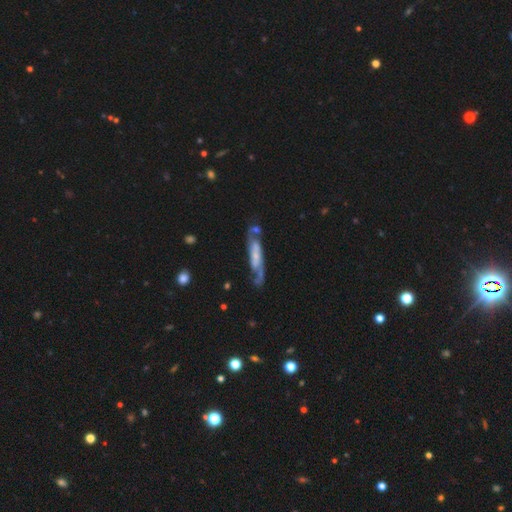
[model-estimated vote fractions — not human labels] Q: Smooth or featured?
A: featured or disk (74%); runner-up: smooth (20%)
Q: Edge-on disk?
A: no (73%); runner-up: yes (27%)
Q: Bar?
A: no (46%); runner-up: weak (33%)
Q: Spiral arms?
A: yes (89%); runner-up: no (11%)
Q: Bulge size?
A: small (50%); runner-up: moderate (27%)
Q: Merging?
A: none (56%); runner-up: minor disturbance (21%)